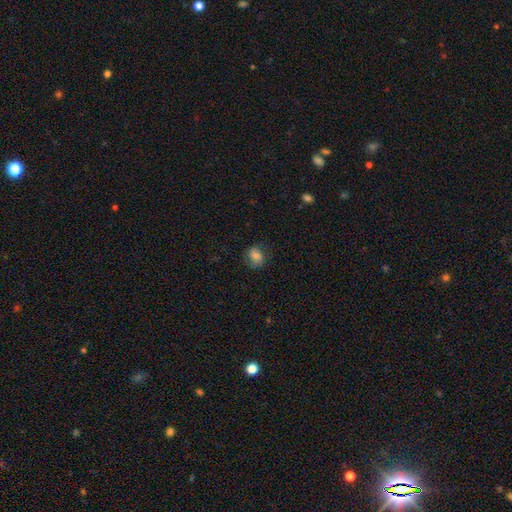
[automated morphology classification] A smooth galaxy with no disk features (78%) that is round (50%). Merging: none (72%).